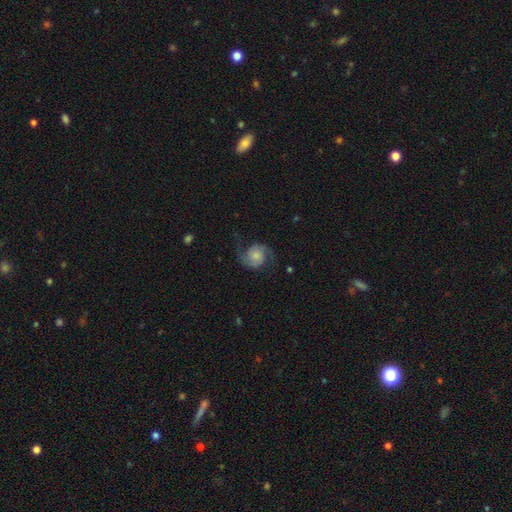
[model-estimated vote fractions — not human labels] Smooth or featured?
  - featured or disk: 81% *
  - smooth: 13%
  - star or artifact: 6%
Edge-on disk?
  - no: 98% *
  - yes: 2%
Bar?
  - no: 74% *
  - weak: 22%
  - strong: 4%
Spiral arms?
  - yes: 97% *
  - no: 3%
Spiral winding?
  - loose: 44% *
  - medium: 42%
  - tight: 14%
Spiral arm count?
  - 2: 93% *
  - can't tell: 2%
  - 1: 2%
  - 3: 1%
  - 4: 1%
  - more than 4: 1%
Bulge size?
  - small: 39% *
  - moderate: 32%
  - none: 14%
  - large: 11%
  - dominant: 4%
Merging?
  - none: 73% *
  - minor disturbance: 15%
  - major disturbance: 10%
  - merger: 1%